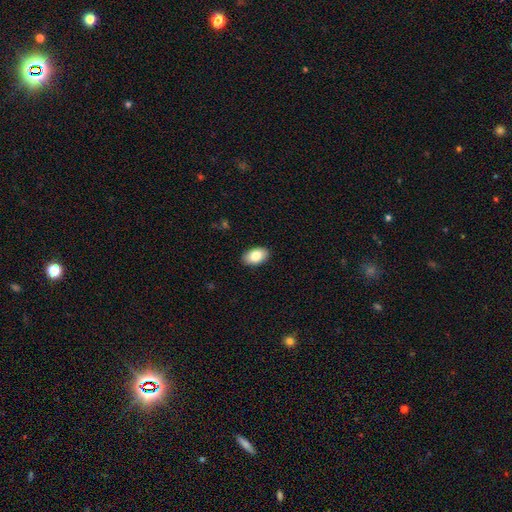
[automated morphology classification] This appears to be a smooth galaxy with no disk features (85%) that is in between round and cigar-shaped (93%). Merging: none (89%).